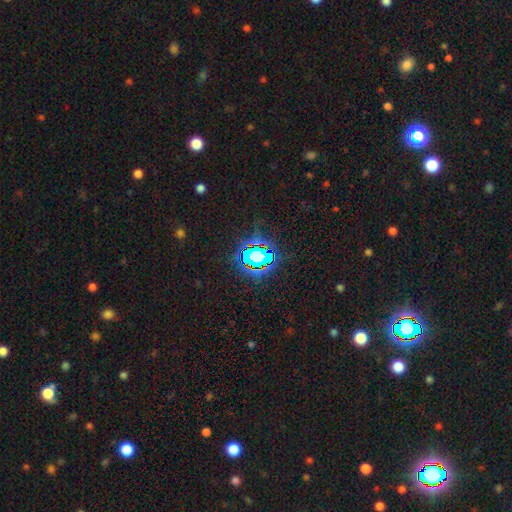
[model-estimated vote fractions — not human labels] Q: Smooth or featured?
A: star or artifact (71%); runner-up: smooth (17%)